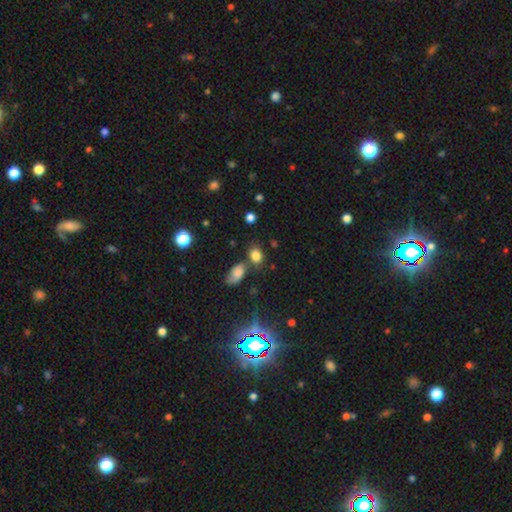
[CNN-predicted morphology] smooth_or_featured: smooth (p=0.79) [alt: star or artifact p=0.13]
how_rounded: in between (p=0.62) [alt: round p=0.36]
merging: none (p=0.61) [alt: merger p=0.19]